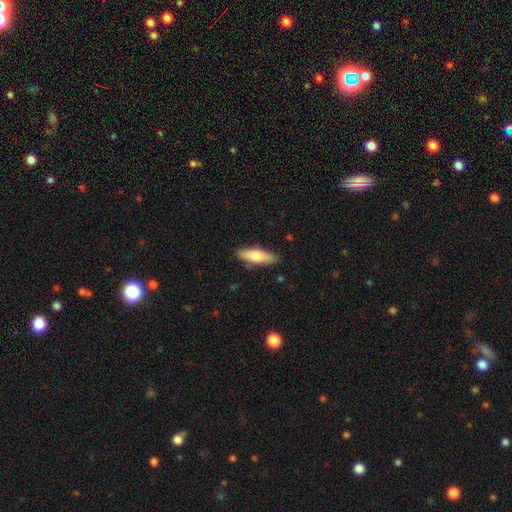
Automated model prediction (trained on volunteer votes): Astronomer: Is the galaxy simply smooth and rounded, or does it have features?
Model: smooth — 70%.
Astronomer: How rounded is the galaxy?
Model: cigar-shaped — 53% (runner-up: in between, 45%).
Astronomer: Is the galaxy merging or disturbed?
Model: none — 87%.